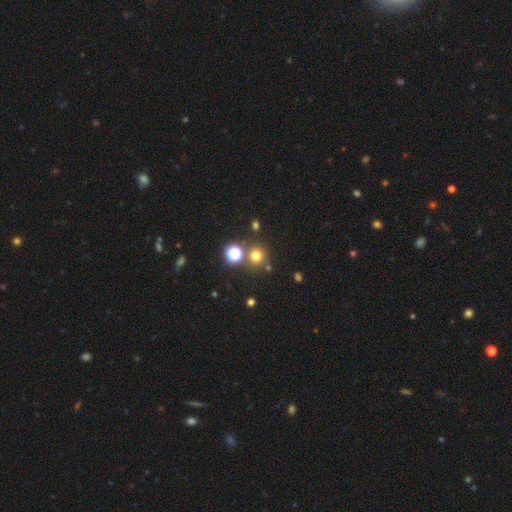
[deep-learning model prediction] This appears to be a smooth galaxy with no disk features (70%) that is round (91%). Merging: none (75%).